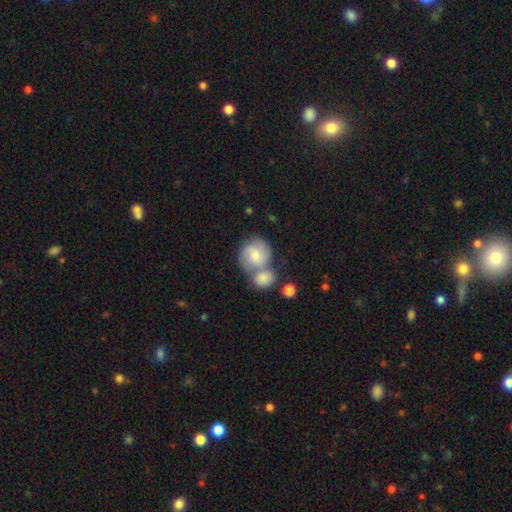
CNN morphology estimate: A smooth galaxy with no disk features (47%). Merging: merger (54%).